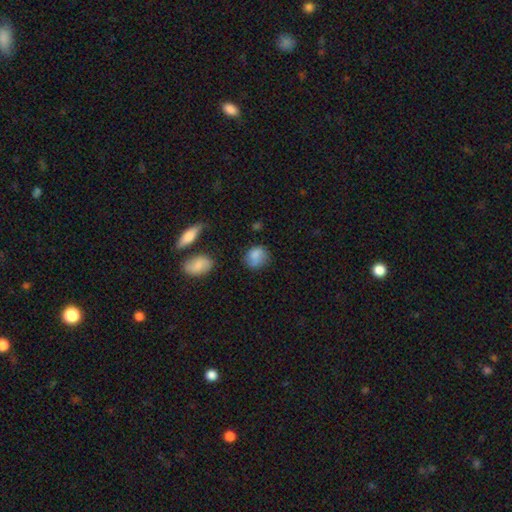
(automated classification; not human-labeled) Q: Smooth or featured?
A: smooth (82%); runner-up: featured or disk (9%)
Q: How rounded?
A: round (60%); runner-up: in between (38%)
Q: Merging?
A: none (65%); runner-up: minor disturbance (25%)